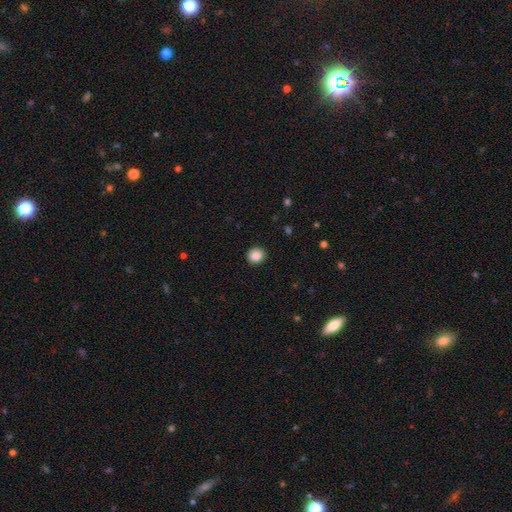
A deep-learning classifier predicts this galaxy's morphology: This is clearly a smooth galaxy (88%). How rounded: clearly round (84%). Merging: clearly none (91%).